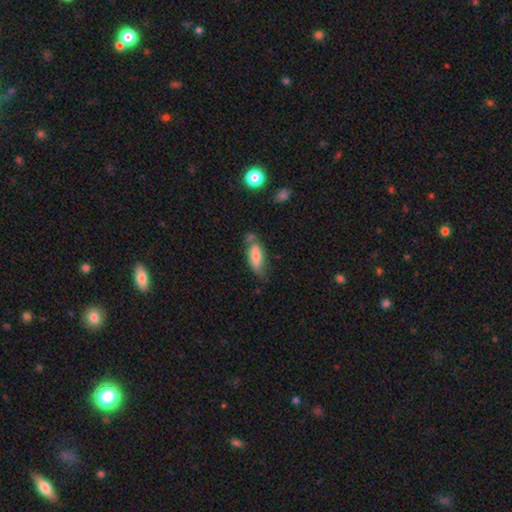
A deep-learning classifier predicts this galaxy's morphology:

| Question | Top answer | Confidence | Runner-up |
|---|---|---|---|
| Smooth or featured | smooth | 72% | featured or disk (21%) |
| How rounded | in between | 69% | cigar-shaped (28%) |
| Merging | none | 51% | minor disturbance (27%) |